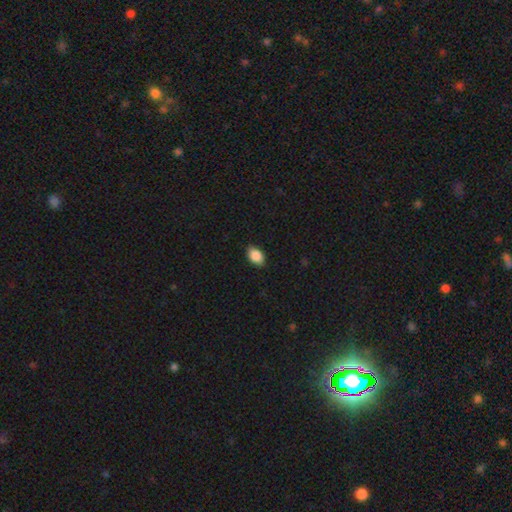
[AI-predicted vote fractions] smooth-or-featured: smooth: 89% | star or artifact: 7% | featured or disk: 4%
  how-rounded: in between: 89% | round: 9% | cigar-shaped: 1%
  merging: none: 88% | minor disturbance: 9% | major disturbance: 2% | merger: 1%